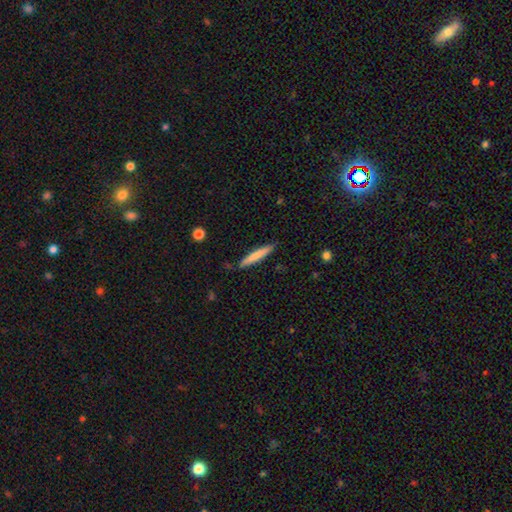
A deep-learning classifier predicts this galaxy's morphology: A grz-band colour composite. It shows a smooth galaxy with no disk features (71%) that is cigar-shaped (94%). Merging: none (87%).